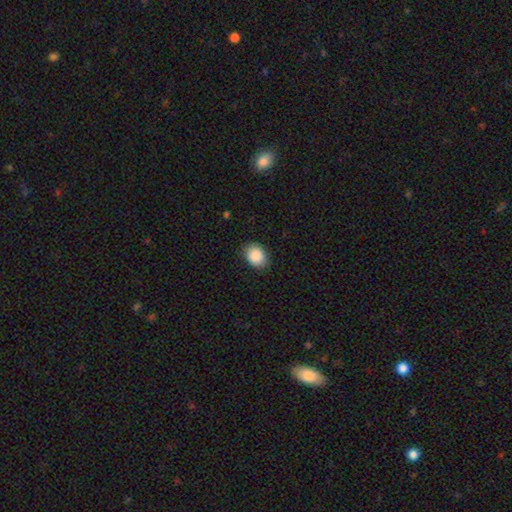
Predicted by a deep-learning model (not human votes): smooth 89%, star or artifact 7%, featured or disk 4%. Down the decision tree: how rounded — in between (61%); merging — none (84%).